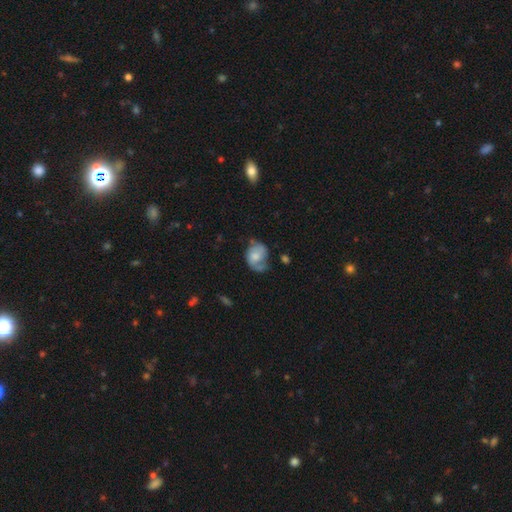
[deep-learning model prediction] Morphology: type=smooth (47%); merging=none (40%).